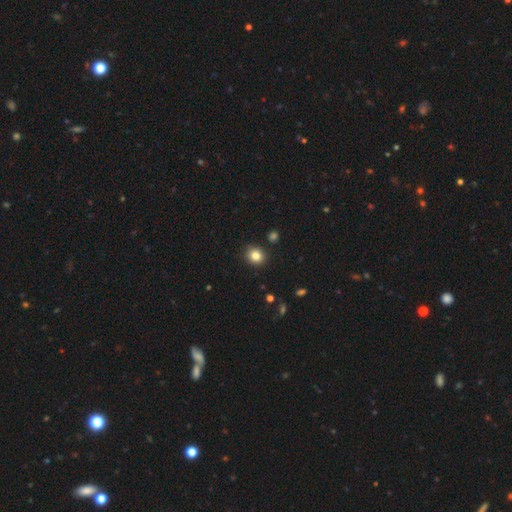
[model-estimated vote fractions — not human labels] smooth_or_featured: smooth (p=0.83) [alt: star or artifact p=0.11]
how_rounded: round (p=0.79) [alt: in between p=0.20]
merging: none (p=0.89) [alt: minor disturbance p=0.08]